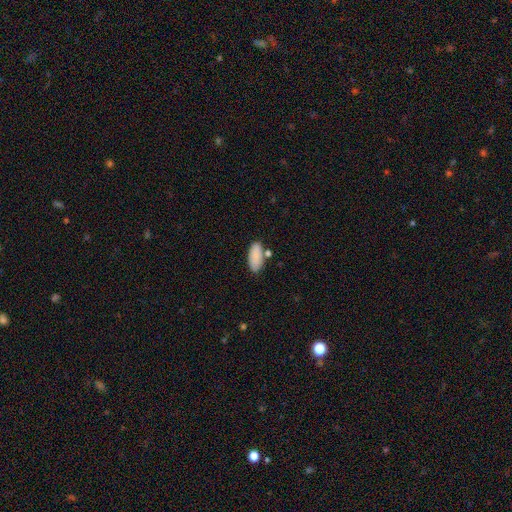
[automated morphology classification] A smooth galaxy with no disk features (86%) that is in between round and cigar-shaped (89%). Merging: none (71%).